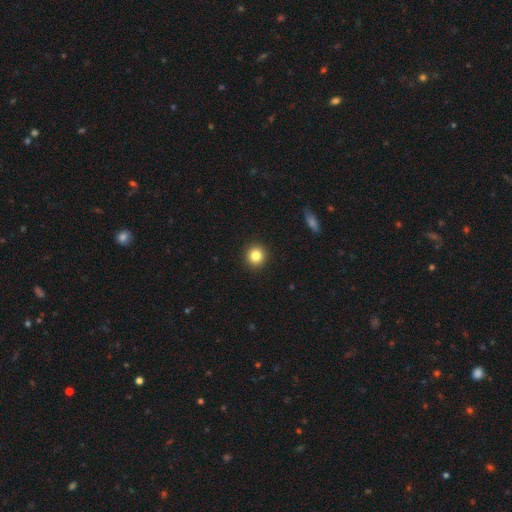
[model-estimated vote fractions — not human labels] Smooth or featured? smooth (83%)
How rounded? round (93%)
Merging? none (93%)